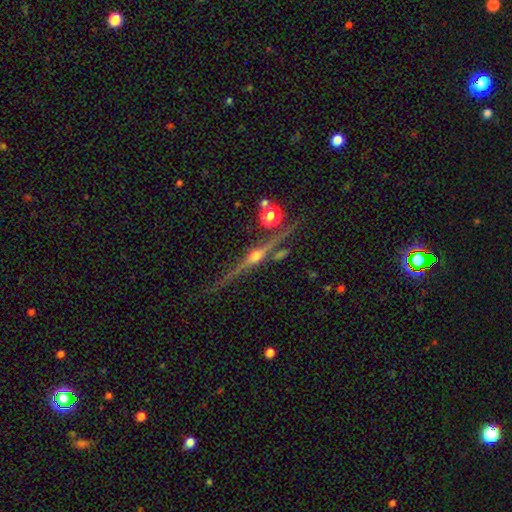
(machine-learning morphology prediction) Overall: featured or disk (84%). Edge-on disk: yes (97%). Edge-on bulge: rounded (94%). Merging: none (84%).